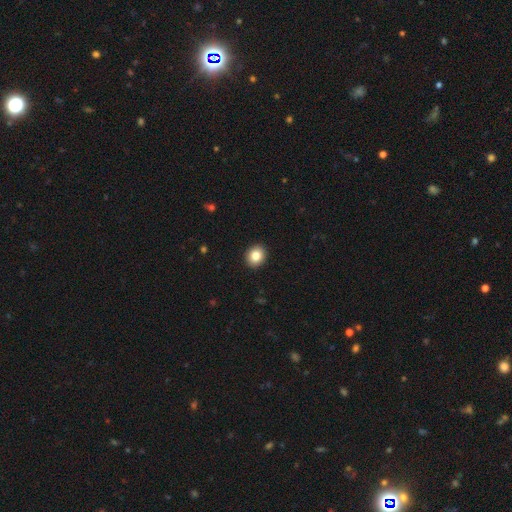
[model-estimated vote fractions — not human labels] Morphology: type=smooth (84%); roundness=round (73%); merging=none (93%).